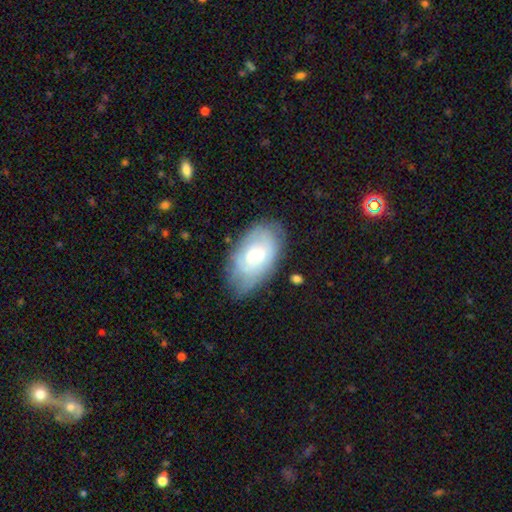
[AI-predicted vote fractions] This appears to be a featured or disk galaxy (51%). Merging: none (70%).